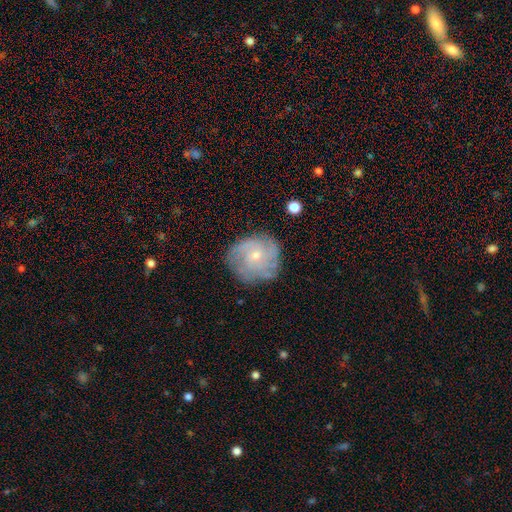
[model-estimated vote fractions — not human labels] Smooth or featured?
  - featured or disk: 66% *
  - smooth: 26%
  - star or artifact: 8%
Edge-on disk?
  - no: 97% *
  - yes: 3%
Bar?
  - no: 76% *
  - weak: 22%
  - strong: 3%
Spiral arms?
  - yes: 87% *
  - no: 13%
Spiral winding?
  - tight: 55% *
  - medium: 32%
  - loose: 13%
Spiral arm count?
  - can't tell: 43% *
  - 4: 18%
  - 3: 16%
  - 2: 10%
  - more than 4: 8%
  - 1: 6%
Bulge size?
  - small: 74% *
  - moderate: 22%
  - none: 2%
  - large: 1%
  - dominant: 1%
Merging?
  - none: 75% *
  - minor disturbance: 17%
  - major disturbance: 6%
  - merger: 1%